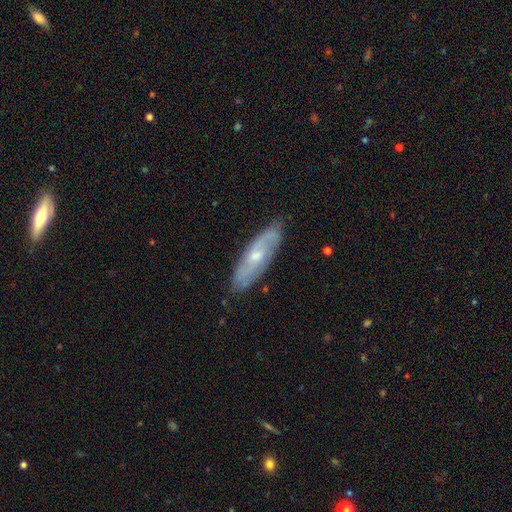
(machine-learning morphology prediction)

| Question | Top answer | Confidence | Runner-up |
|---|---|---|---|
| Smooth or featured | featured or disk | 68% | smooth (25%) |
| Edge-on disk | no | 78% | yes (22%) |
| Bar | no | 56% | weak (37%) |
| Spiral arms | yes | 86% | no (14%) |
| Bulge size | small | 49% | moderate (47%) |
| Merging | none | 81% | minor disturbance (15%) |